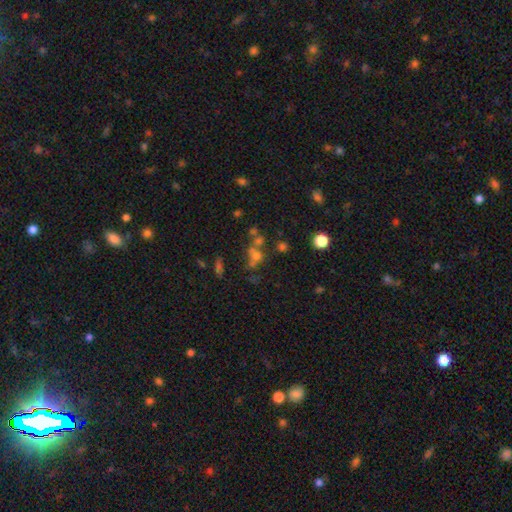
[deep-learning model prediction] smooth-or-featured: smooth: 54% | star or artifact: 24% | featured or disk: 21%
  how-rounded: round: 78% | in between: 21% | cigar-shaped: 2%
  merging: merger: 42% | none: 41% | minor disturbance: 9% | major disturbance: 7%